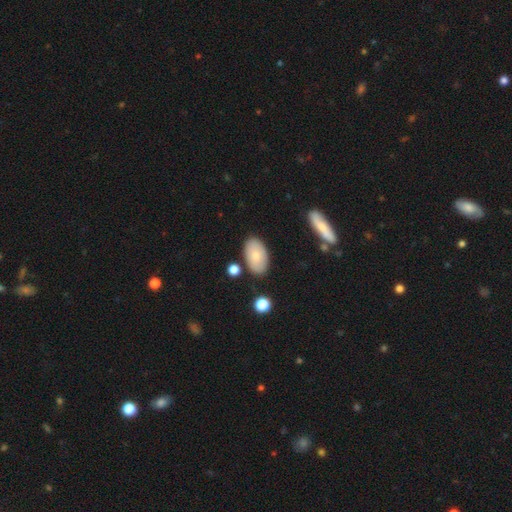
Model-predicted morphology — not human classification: smooth-or-featured: smooth: 80% | featured or disk: 14% | star or artifact: 6%
  how-rounded: in between: 95% | round: 4% | cigar-shaped: 1%
  merging: none: 82% | minor disturbance: 12% | merger: 4% | major disturbance: 3%